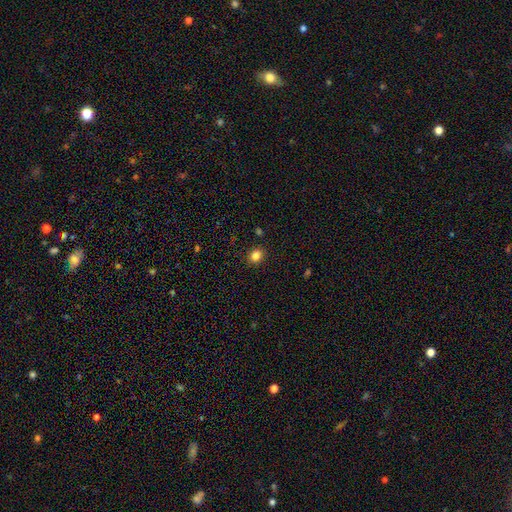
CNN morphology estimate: type=smooth (83%); roundness=round (69%); merging=none (90%).